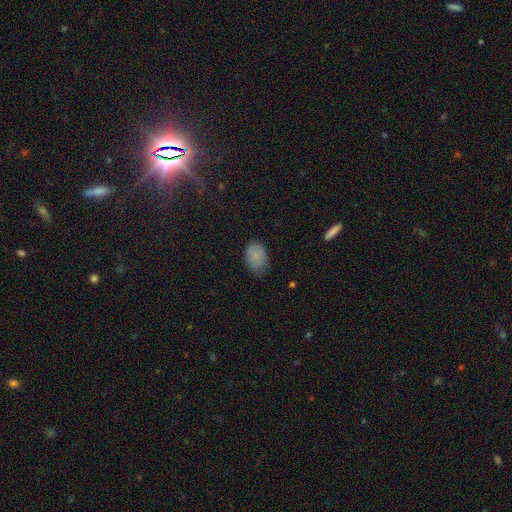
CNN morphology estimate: smooth 83%, star or artifact 9%, featured or disk 8%. Down the decision tree: how rounded — in between (80%); merging — none (67%).